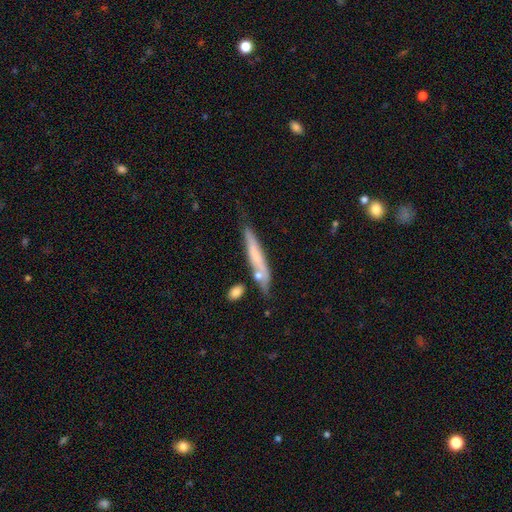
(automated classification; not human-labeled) This appears to be a smooth galaxy with no disk features (52%) that is cigar-shaped (92%). Merging: none (62%).